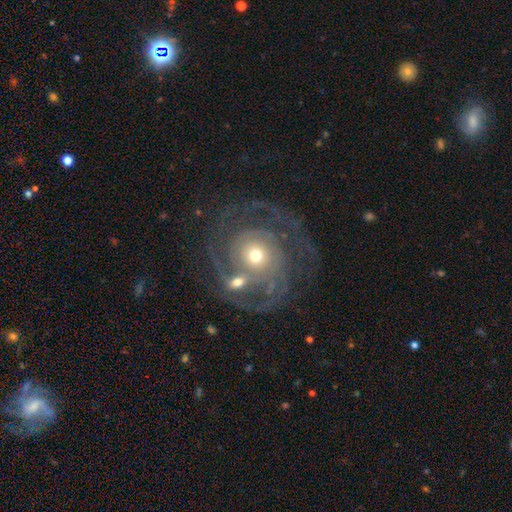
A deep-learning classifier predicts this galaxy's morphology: A featured or disk galaxy (80%) with no bar (83%), tight (56%) spiral arms (88%) and a moderate central bulge (46%).

Vote fractions:
- Smooth or featured? featured or disk: 80% / smooth: 12% / star or artifact: 8%
- Edge-on disk? no: 97% / yes: 3%
- Bar? no: 83% / weak: 12% / strong: 4%
- Spiral arms? yes: 88% / no: 12%
- Spiral winding? tight: 56% / medium: 29% / loose: 15%
- Spiral arm count? can't tell: 30% / 2: 23% / 3: 18% / 4: 11% / 1: 9% / more than 4: 9%
- Bulge size? moderate: 46% / small: 44% / large: 6% / dominant: 2% / none: 1%
- Merging? none: 44% / major disturbance: 22% / merger: 21% / minor disturbance: 13%